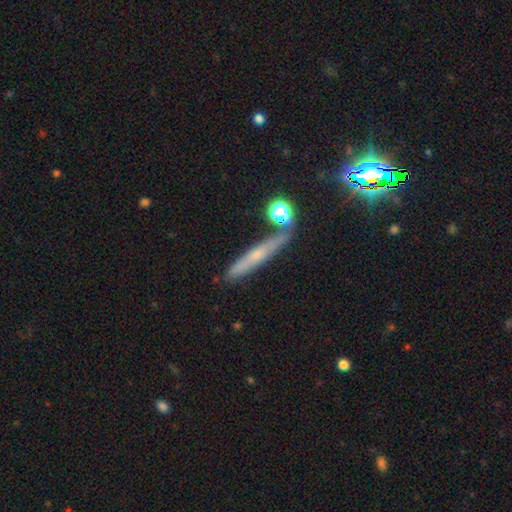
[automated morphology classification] smooth_or_featured: featured or disk (p=0.43) [alt: smooth p=0.42]
merging: none (p=0.79) [alt: minor disturbance p=0.12]